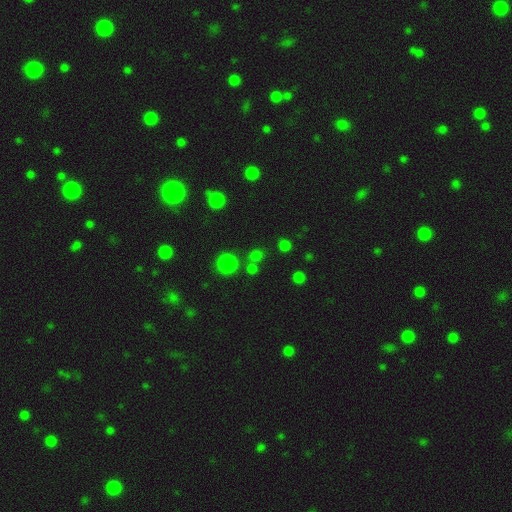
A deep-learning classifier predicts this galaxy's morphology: smooth 71%, star or artifact 24%, featured or disk 5%. Down the decision tree: how rounded — round (86%); merging — none (75%).